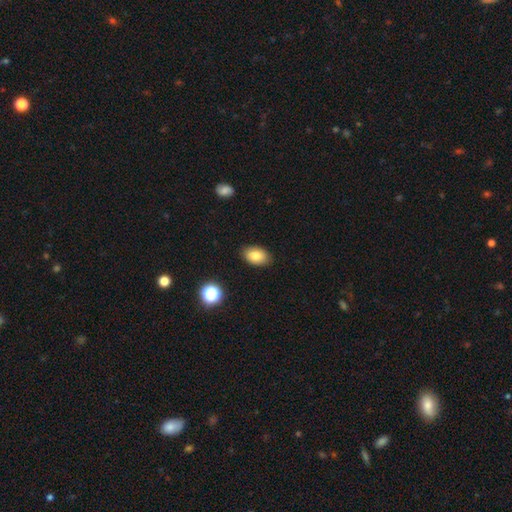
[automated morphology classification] This appears to be a smooth galaxy with no disk features (82%) that is in between round and cigar-shaped (87%). Merging: none (87%).